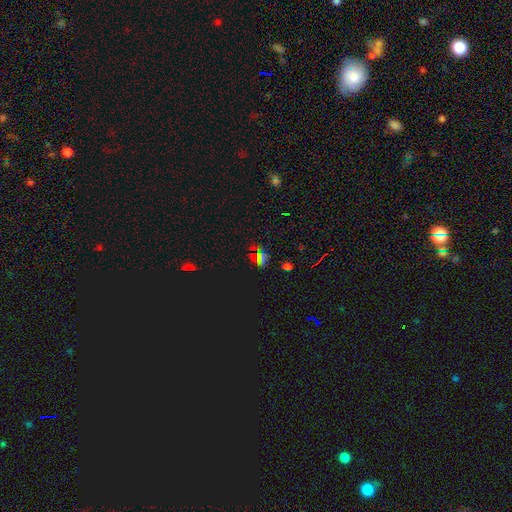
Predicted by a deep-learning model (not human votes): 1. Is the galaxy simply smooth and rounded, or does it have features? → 64% star or artifact, 28% smooth, 8% featured or disk.